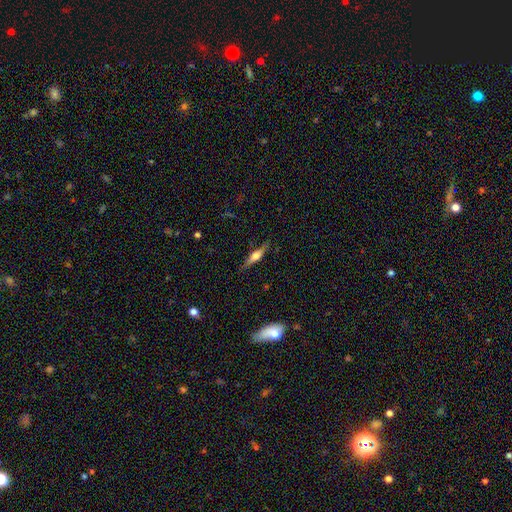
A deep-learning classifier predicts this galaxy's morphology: featured or disk 62%, smooth 31%, star or artifact 7%. Down the decision tree: edge-on disk — yes (96%); edge-on bulge — rounded (89%); merging — none (85%).